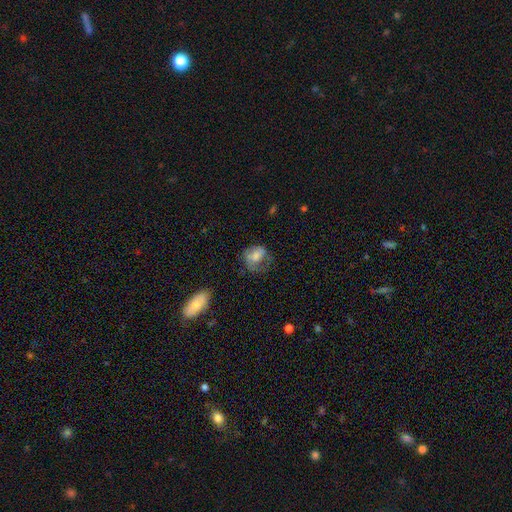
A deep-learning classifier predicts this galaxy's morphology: This appears to be a smooth galaxy with no disk features (61%) that is in between round and cigar-shaped (54%). Merging: major disturbance (37%).